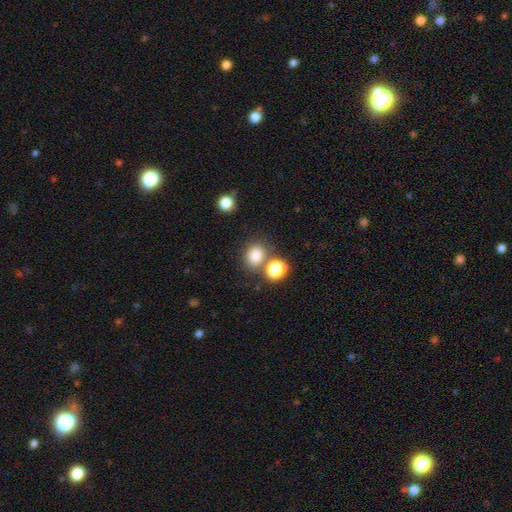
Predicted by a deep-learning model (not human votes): Smooth or featured: smooth — 80% (star or artifact — 14%)
How rounded: round — 68% (in between — 31%)
Merging: none — 66% (merger — 21%)